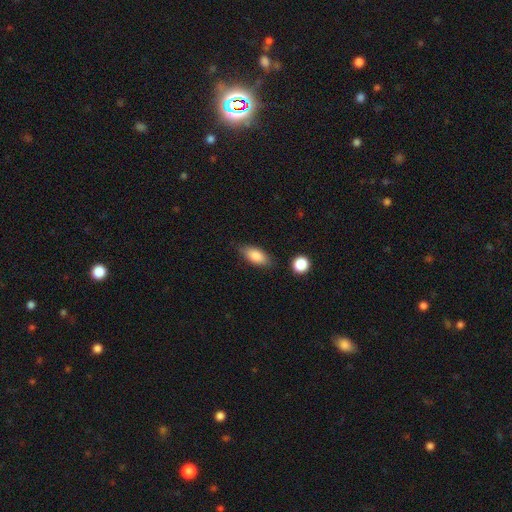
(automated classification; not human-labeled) Q: Smooth or featured?
A: smooth (84%); runner-up: featured or disk (9%)
Q: How rounded?
A: in between (85%); runner-up: cigar-shaped (11%)
Q: Merging?
A: none (78%); runner-up: minor disturbance (16%)